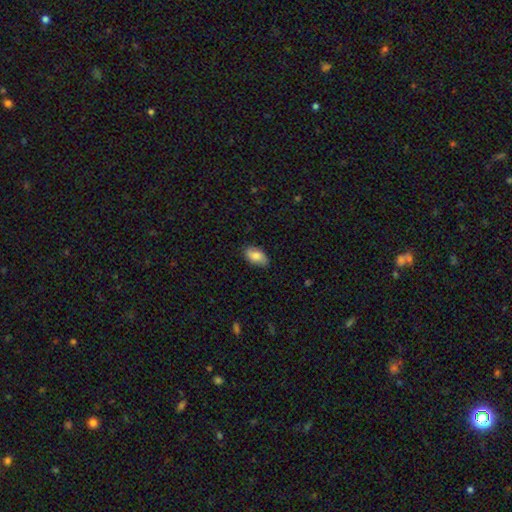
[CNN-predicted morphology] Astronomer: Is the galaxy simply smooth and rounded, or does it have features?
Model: smooth — 79%.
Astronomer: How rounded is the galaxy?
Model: in between — 93%.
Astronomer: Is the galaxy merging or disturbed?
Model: none — 81%.